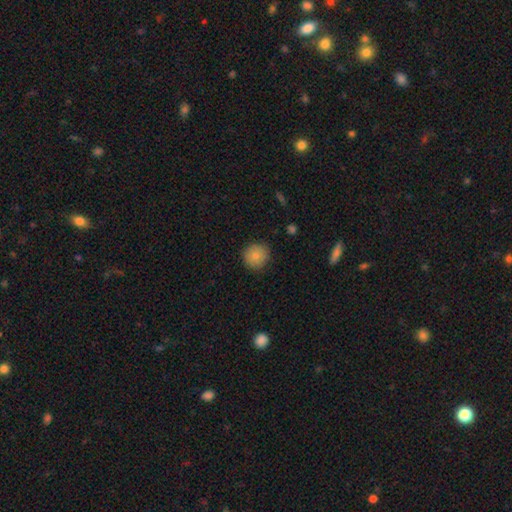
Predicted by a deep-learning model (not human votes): Smooth or featured?
  - smooth: 86% *
  - star or artifact: 8%
  - featured or disk: 6%
How rounded?
  - round: 92% *
  - in between: 7%
  - cigar-shaped: 1%
Merging?
  - none: 87% *
  - minor disturbance: 9%
  - major disturbance: 2%
  - merger: 1%